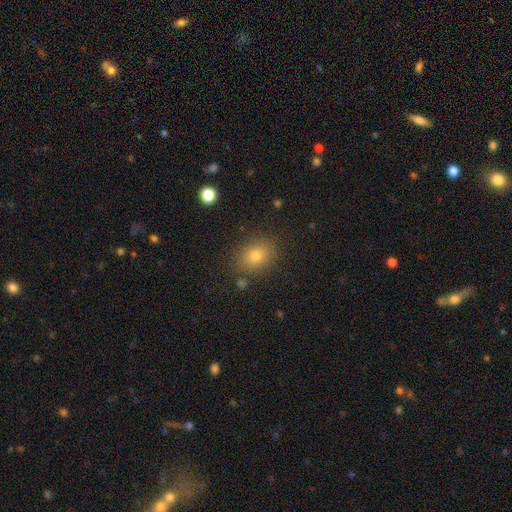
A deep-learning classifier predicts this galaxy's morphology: smooth_or_featured: smooth (p=0.75) [alt: star or artifact p=0.14]
how_rounded: in between (p=0.62) [alt: round p=0.37]
merging: none (p=0.84) [alt: minor disturbance p=0.10]